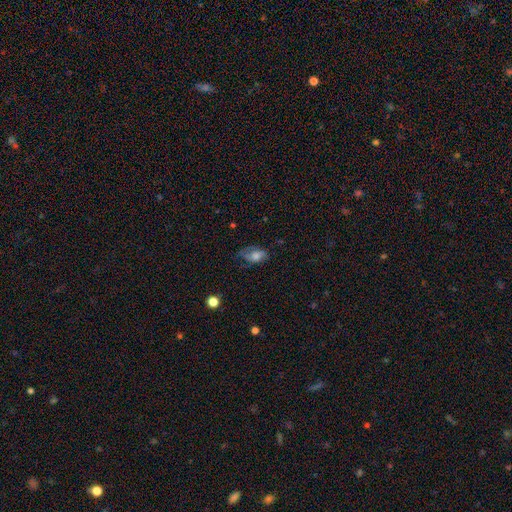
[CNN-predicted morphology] Smooth or featured: smooth — 52% (featured or disk — 36%)
How rounded: in between — 86% (round — 11%)
Merging: none — 49% (minor disturbance — 28%)